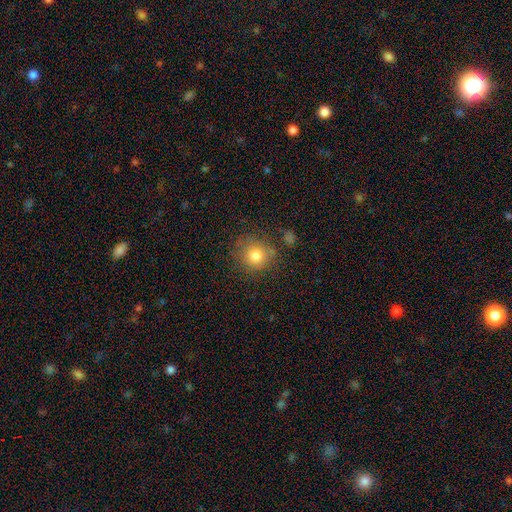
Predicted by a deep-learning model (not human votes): smooth 79%, star or artifact 12%, featured or disk 9%. Down the decision tree: how rounded — round (90%); merging — none (76%).